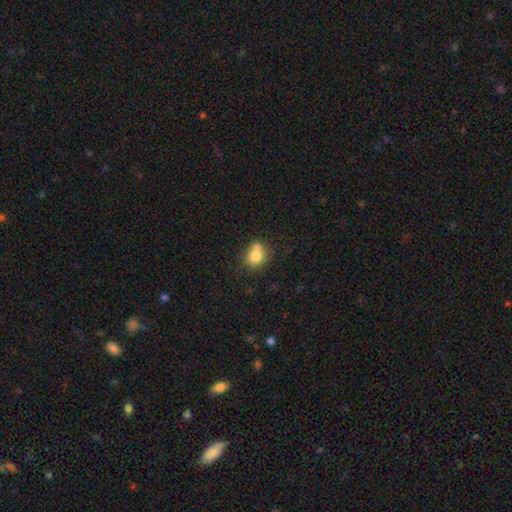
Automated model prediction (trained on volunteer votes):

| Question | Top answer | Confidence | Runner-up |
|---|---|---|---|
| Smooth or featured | smooth | 76% | featured or disk (14%) |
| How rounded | round | 70% | in between (30%) |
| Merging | none | 46% | merger (33%) |